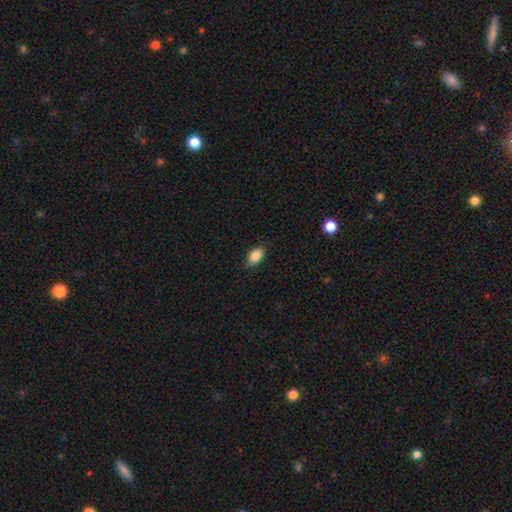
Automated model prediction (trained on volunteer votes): Q: Smooth or featured?
A: smooth (87%); runner-up: star or artifact (8%)
Q: How rounded?
A: in between (85%); runner-up: round (13%)
Q: Merging?
A: none (82%); runner-up: minor disturbance (14%)